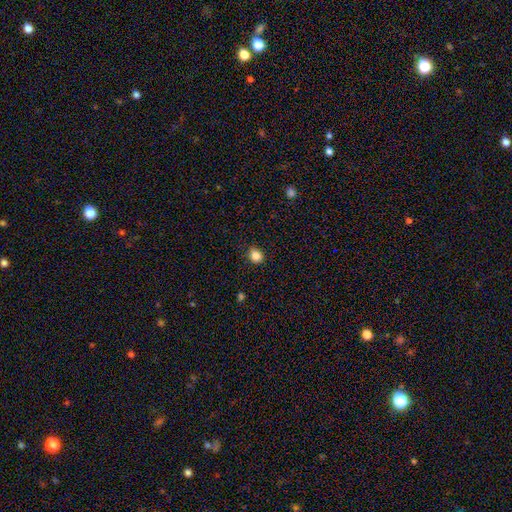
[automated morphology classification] smooth_or_featured: smooth (p=0.84) [alt: star or artifact p=0.11]
how_rounded: round (p=0.71) [alt: in between p=0.28]
merging: none (p=0.86) [alt: minor disturbance p=0.11]